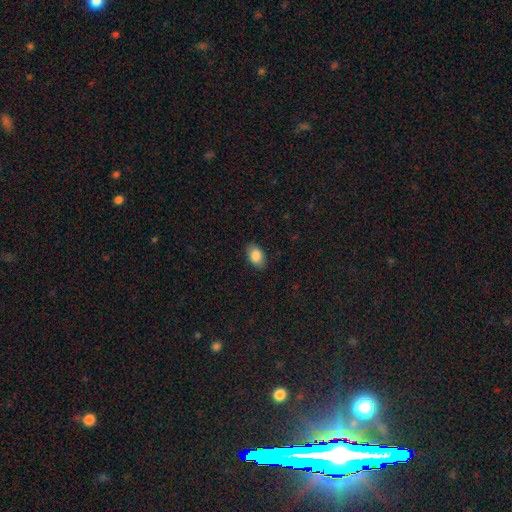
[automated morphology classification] A smooth galaxy with no disk features (85%) that is in between round and cigar-shaped (89%).

Vote fractions:
- Smooth or featured? smooth: 85% / star or artifact: 7% / featured or disk: 7%
- How rounded? in between: 89% / round: 10% / cigar-shaped: 1%
- Merging? none: 86% / minor disturbance: 11% / major disturbance: 2% / merger: 1%